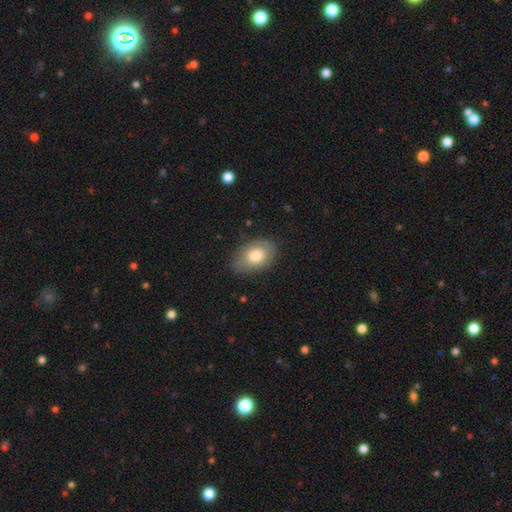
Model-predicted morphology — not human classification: Overall: smooth (72%). How rounded: in between (83%). Merging: none (77%).